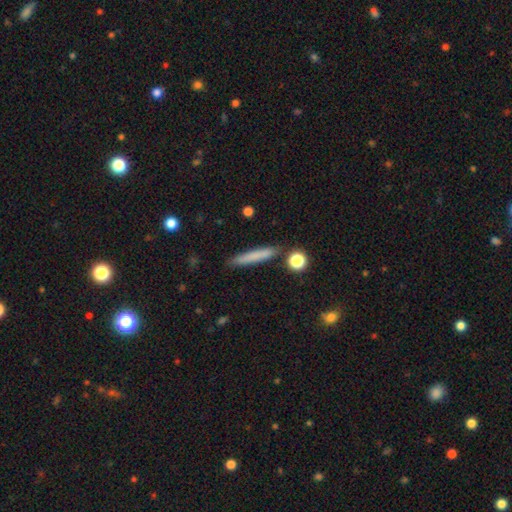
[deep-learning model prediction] smooth-or-featured: smooth: 74% | featured or disk: 18% | star or artifact: 7%
  how-rounded: cigar-shaped: 94% | in between: 4% | round: 2%
  merging: none: 86% | minor disturbance: 9% | merger: 3% | major disturbance: 2%